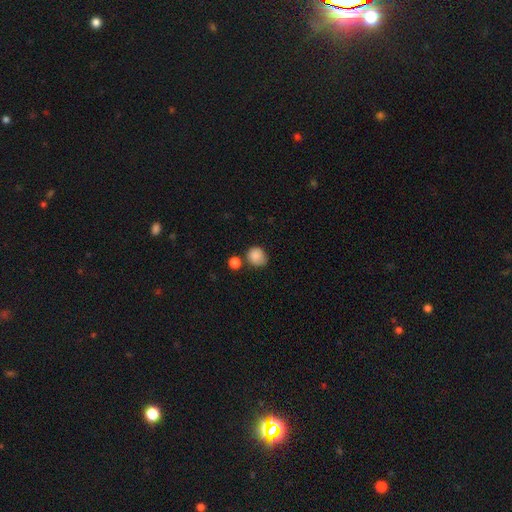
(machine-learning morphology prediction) Smooth or featured: smooth — 86% (star or artifact — 9%)
How rounded: round — 77% (in between — 22%)
Merging: none — 65% (minor disturbance — 21%)